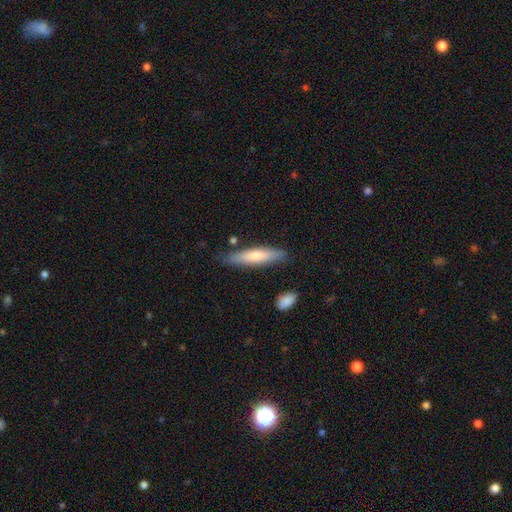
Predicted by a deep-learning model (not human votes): The model was most divided on "smooth or featured": smooth: 66%, featured or disk: 29%, star or artifact: 6%. More confident: merging — none (82%); how rounded — cigar-shaped (81%).